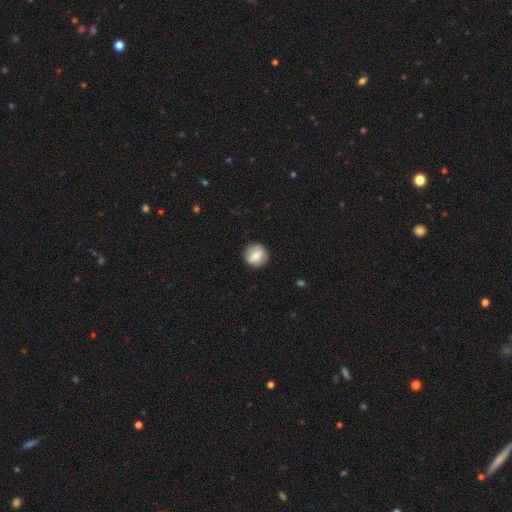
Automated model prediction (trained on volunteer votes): A smooth galaxy with no disk features (74%) that is round (93%). Merging: none (87%).